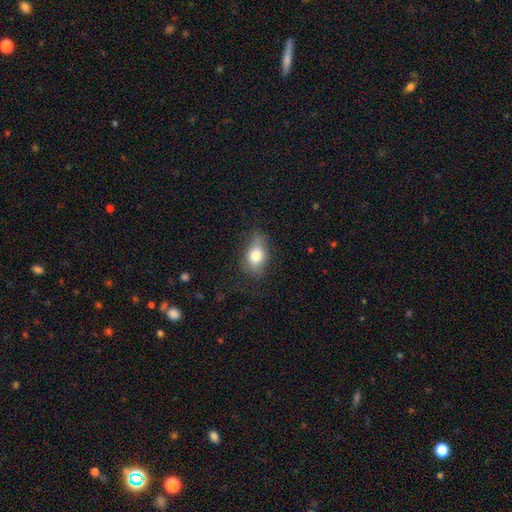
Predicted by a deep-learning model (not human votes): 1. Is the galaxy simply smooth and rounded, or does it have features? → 79% smooth, 12% featured or disk, 8% star or artifact.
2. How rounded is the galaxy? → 78% in between, 20% round, 2% cigar-shaped.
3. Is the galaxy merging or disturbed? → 57% none, 30% minor disturbance, 11% major disturbance, 2% merger.